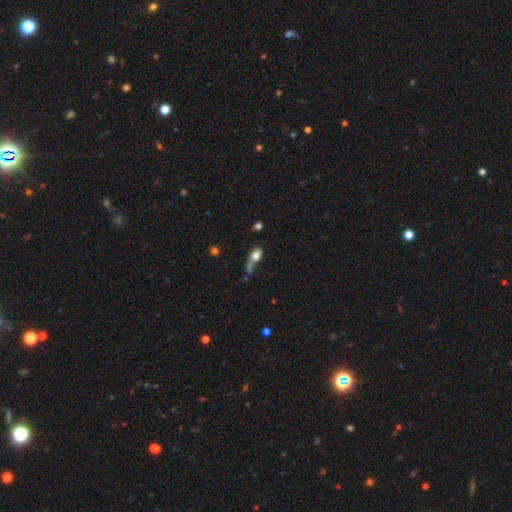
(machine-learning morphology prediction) Smooth or featured: smooth — 71% (featured or disk — 20%)
How rounded: in between — 71% (round — 17%)
Merging: major disturbance — 32% (none — 25%)